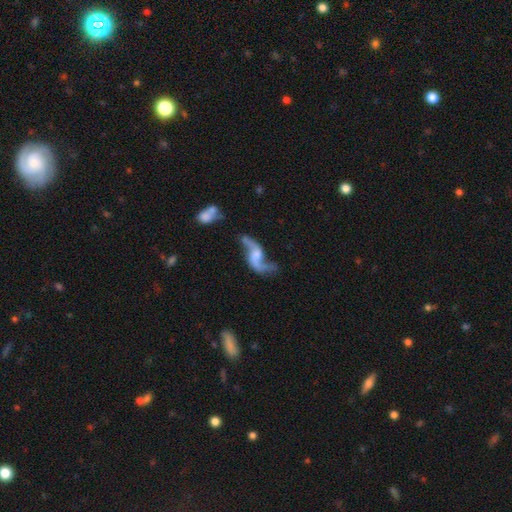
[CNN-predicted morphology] Smooth or featured? Predicted: featured or disk (p=0.87). Edge-on disk? Predicted: no (p=0.95). Bar? Predicted: no (p=0.50). Spiral arms? Predicted: yes (p=0.95). Spiral winding? Predicted: loose (p=0.88). Spiral arm count? Predicted: 2 (p=0.92). Bulge size? Predicted: moderate (p=0.32). Merging? Predicted: none (p=0.57).